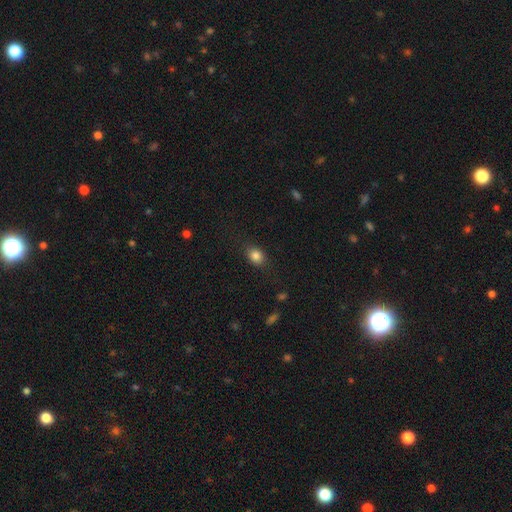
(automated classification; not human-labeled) smooth 84%, star or artifact 10%, featured or disk 6%. Down the decision tree: how rounded — in between (59%); merging — none (82%).